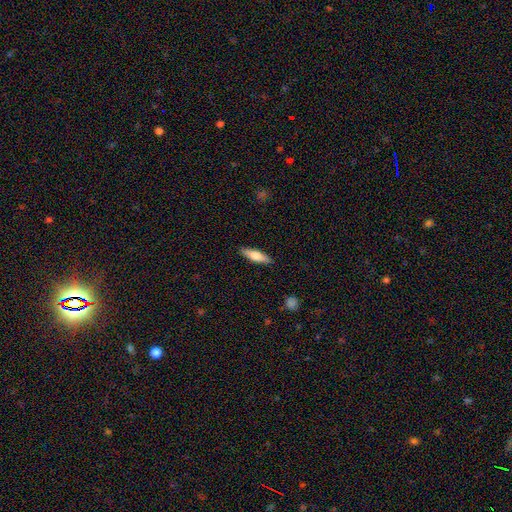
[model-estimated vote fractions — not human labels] Q: Smooth or featured?
A: smooth (67%); runner-up: featured or disk (27%)
Q: How rounded?
A: cigar-shaped (60%); runner-up: in between (38%)
Q: Merging?
A: none (88%); runner-up: minor disturbance (9%)